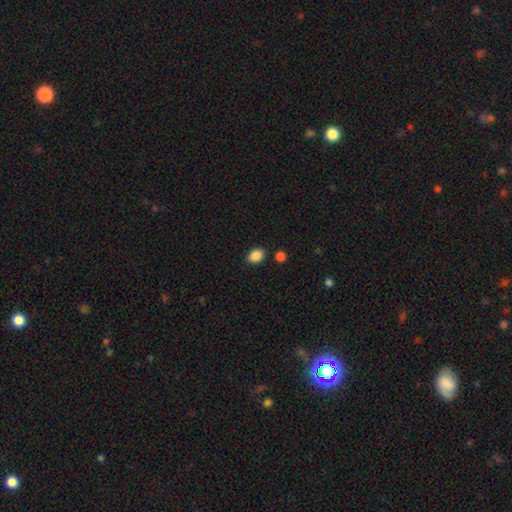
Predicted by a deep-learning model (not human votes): The model was most divided on "how rounded": in between: 72%, round: 27%, cigar-shaped: 1%. More confident: smooth or featured — smooth (88%); merging — none (84%).